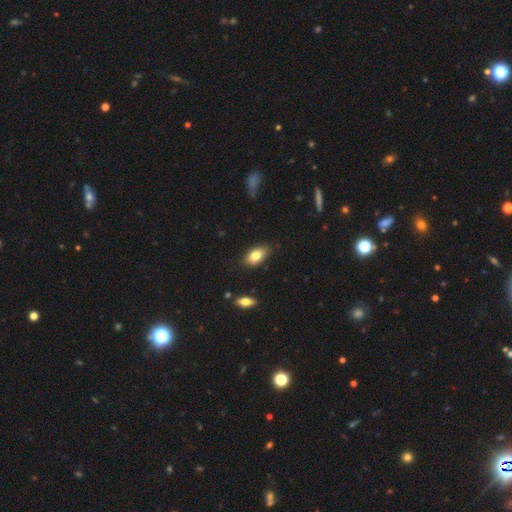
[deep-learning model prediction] smooth 80%, featured or disk 12%, star or artifact 8%. Down the decision tree: how rounded — in between (90%); merging — none (78%).